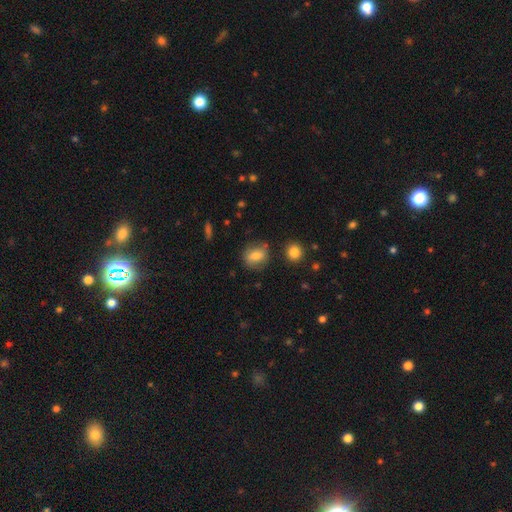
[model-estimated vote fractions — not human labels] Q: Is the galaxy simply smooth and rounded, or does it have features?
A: smooth — 73%.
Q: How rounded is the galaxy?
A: round — 55%.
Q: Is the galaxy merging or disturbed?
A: none — 76%.